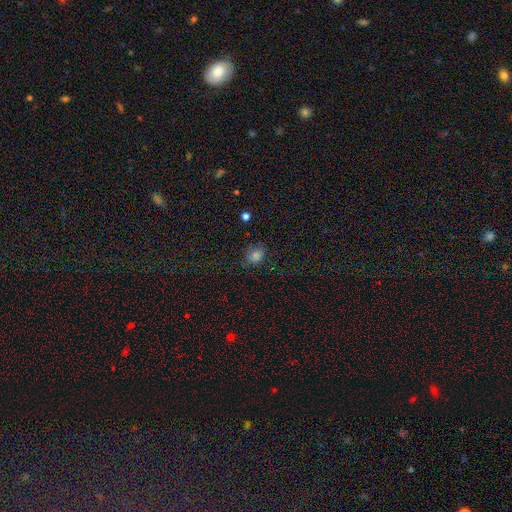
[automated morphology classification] This appears to be a smooth galaxy with no disk features (79%) that is round (58%). Merging: none (75%).